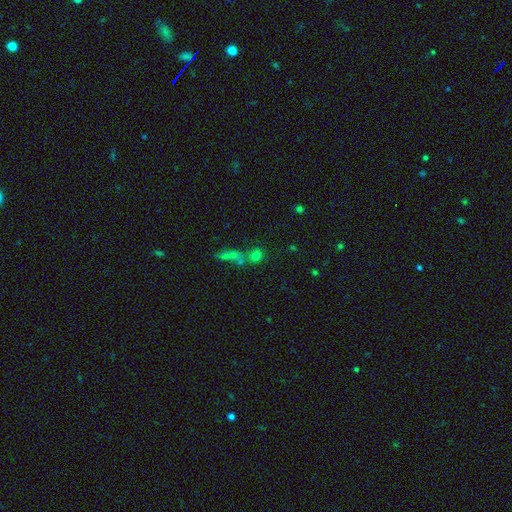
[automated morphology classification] smooth 62%, star or artifact 25%, featured or disk 13%. Down the decision tree: how rounded — round (58%); merging — none (43%).